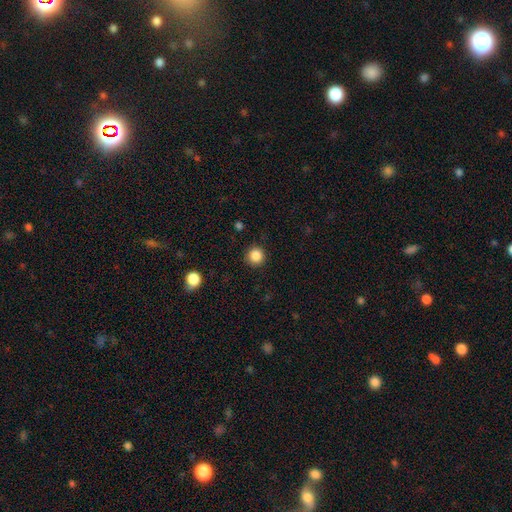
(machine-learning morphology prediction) smooth-or-featured: smooth: 86% | star or artifact: 10% | featured or disk: 3%
  how-rounded: round: 95% | in between: 4% | cigar-shaped: 1%
  merging: none: 91% | minor disturbance: 6% | major disturbance: 2% | merger: 1%